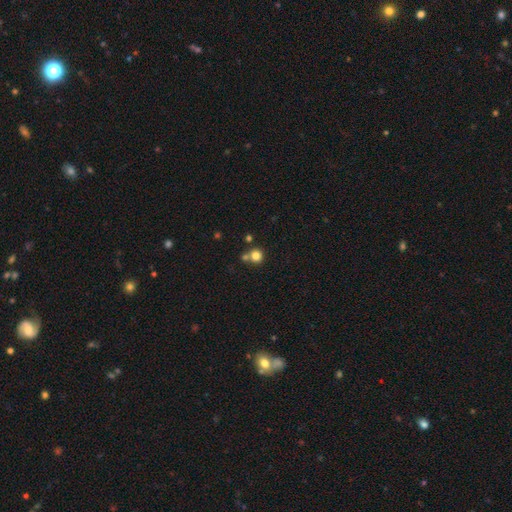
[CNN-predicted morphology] Overall: smooth (80%). How rounded: round (91%). Merging: none (62%; merger 28%).